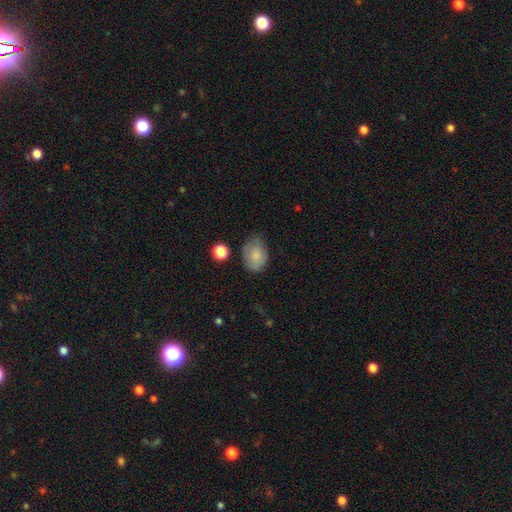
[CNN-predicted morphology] Smooth or featured? smooth (76%)
How rounded? in between (75%)
Merging? none (62%)